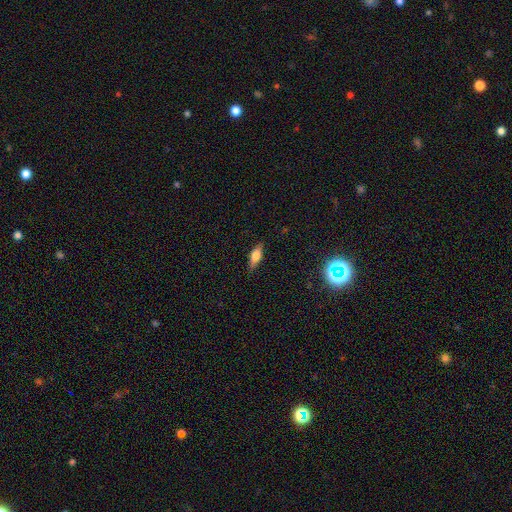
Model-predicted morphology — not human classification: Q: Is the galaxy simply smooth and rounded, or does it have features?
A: smooth — 66%.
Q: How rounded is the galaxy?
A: in between — 66%.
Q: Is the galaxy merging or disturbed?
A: none — 84%.